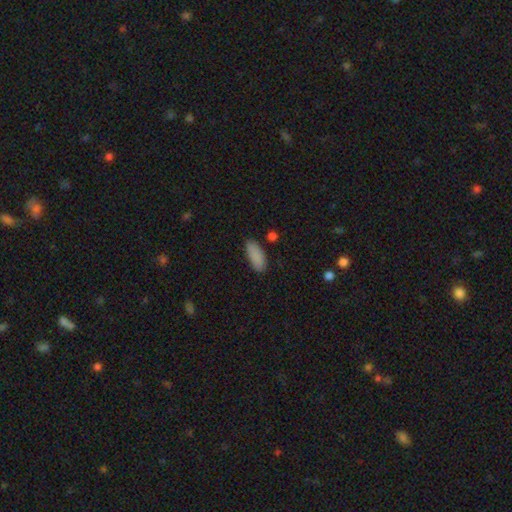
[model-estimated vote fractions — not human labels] The model was most divided on "how rounded": in between: 78%, cigar-shaped: 20%, round: 2%. More confident: smooth or featured — smooth (88%); merging — none (79%).